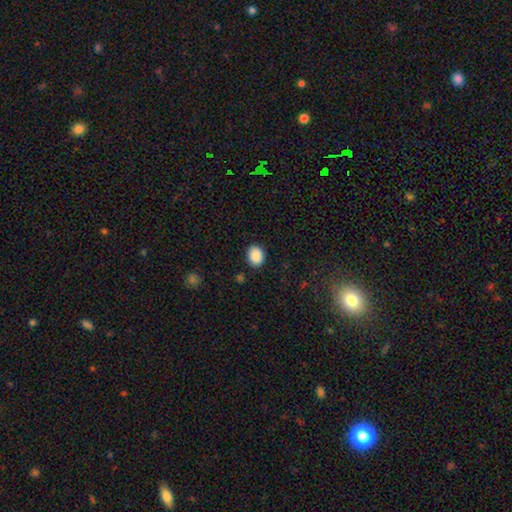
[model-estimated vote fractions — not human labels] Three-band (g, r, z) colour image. It shows a smooth galaxy with no disk features (89%) that is in between round and cigar-shaped (51%). Merging: none (87%).